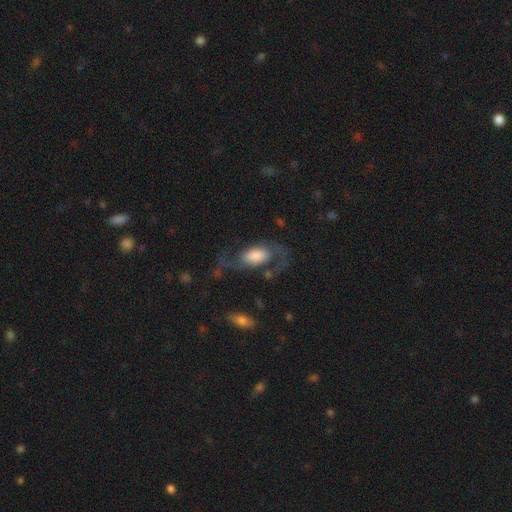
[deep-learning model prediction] The model was most divided on "spiral winding": loose: 56%, medium: 33%, tight: 11%. Remaining: edge-on disk — no (94%); spiral arms — yes (89%); spiral arm count — 2 (87%); smooth or featured — featured or disk (67%); bar — no (63%); merging — none (52%); bulge size — large (47%).